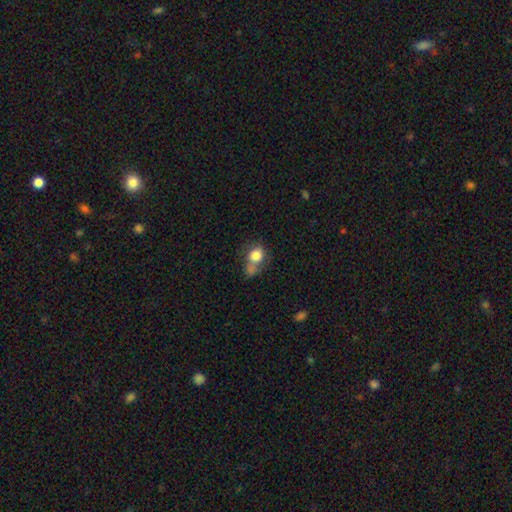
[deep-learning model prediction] Overall: smooth (79%). How rounded: round (56%; in between 42%). Merging: merger (39%; none 31%).